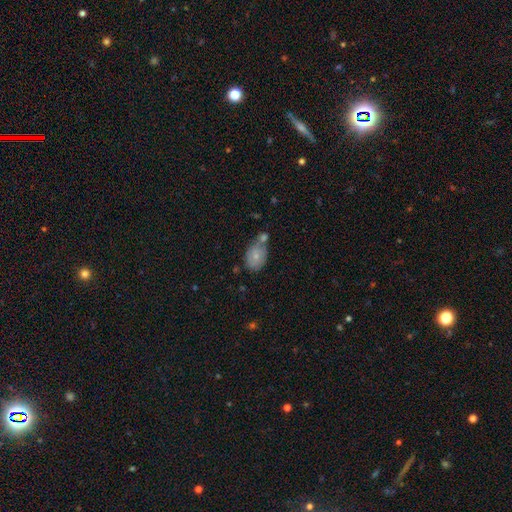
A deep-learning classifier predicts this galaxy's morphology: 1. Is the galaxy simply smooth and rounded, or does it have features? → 66% smooth, 27% featured or disk, 7% star or artifact.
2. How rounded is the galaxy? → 77% in between, 21% round, 1% cigar-shaped.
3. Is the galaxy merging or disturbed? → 41% none, 34% merger, 19% minor disturbance, 6% major disturbance.